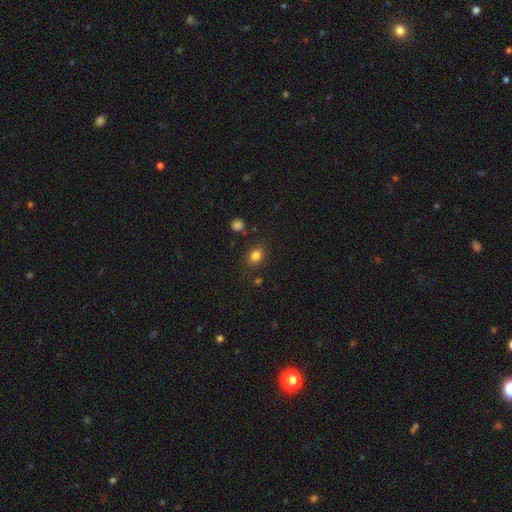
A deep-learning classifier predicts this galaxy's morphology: A smooth galaxy with no disk features (82%) that is in between round and cigar-shaped (57%). Merging: none (82%).